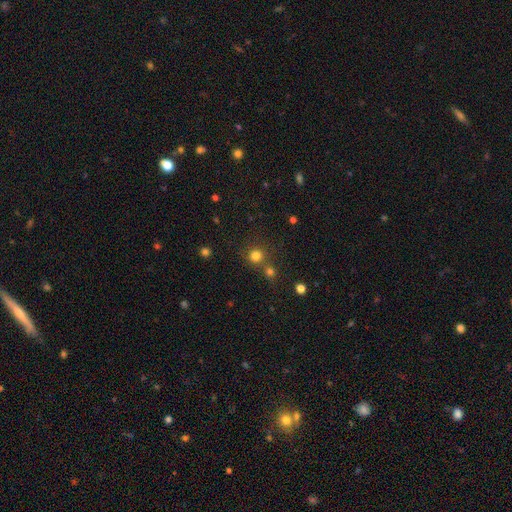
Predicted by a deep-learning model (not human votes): Smooth or featured? smooth (78%)
How rounded? round (92%)
Merging? none (70%)